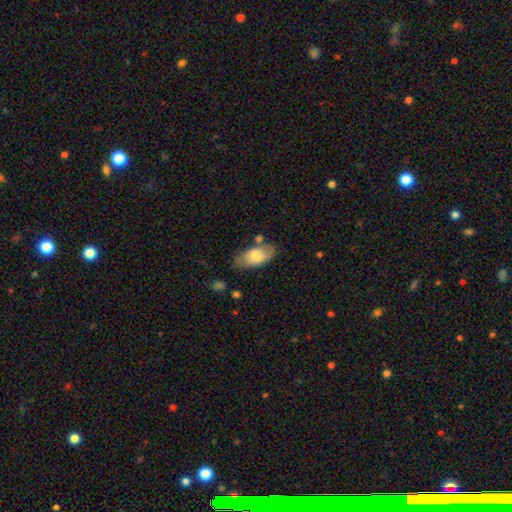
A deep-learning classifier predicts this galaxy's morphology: Smooth or featured? Predicted: smooth (p=0.71). How rounded? Predicted: in between (p=0.92). Merging? Predicted: none (p=0.71).